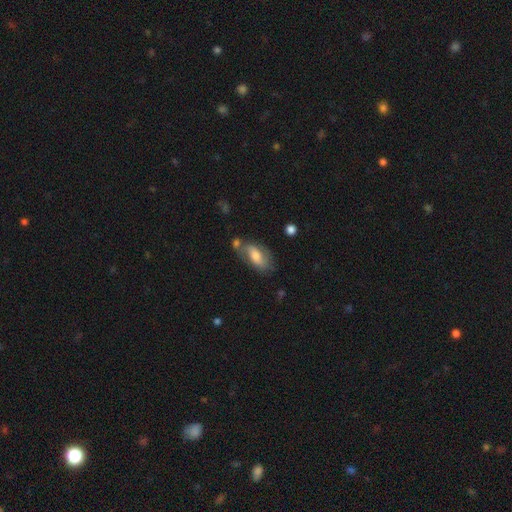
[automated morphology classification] Smooth or featured? Predicted: smooth (p=0.60). How rounded? Predicted: in between (p=0.85). Merging? Predicted: none (p=0.55).